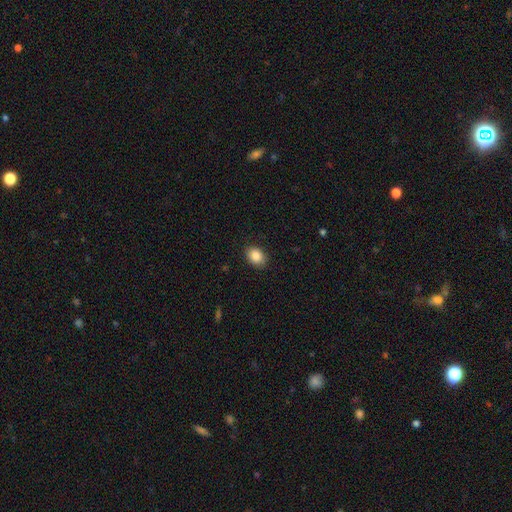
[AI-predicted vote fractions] smooth 87%, star or artifact 8%, featured or disk 5%. Down the decision tree: how rounded — in between (70%); merging — none (88%).